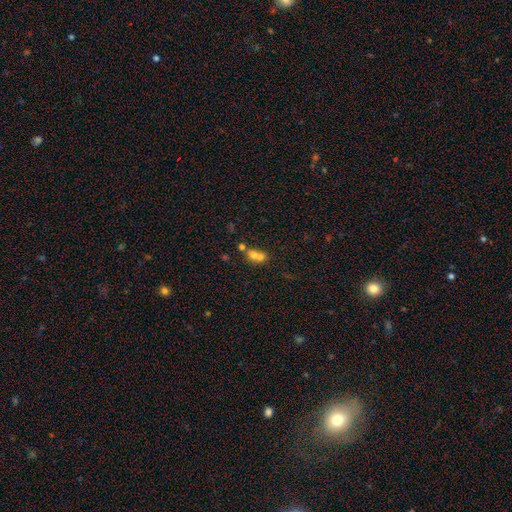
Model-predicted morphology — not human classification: A smooth galaxy with no disk features (64%) that is round (66%).

Vote fractions:
- Smooth or featured? smooth: 64% / featured or disk: 21% / star or artifact: 15%
- How rounded? round: 66% / in between: 32% / cigar-shaped: 2%
- Merging? merger: 67% / none: 23% / minor disturbance: 6% / major disturbance: 4%